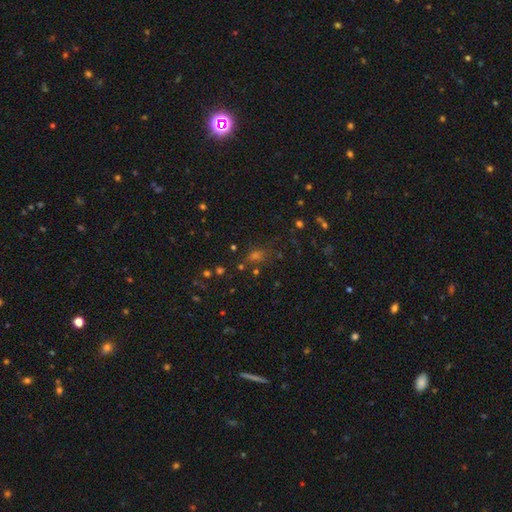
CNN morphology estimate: Q: Smooth or featured?
A: smooth (46%); runner-up: star or artifact (44%)
Q: Merging?
A: none (68%); runner-up: minor disturbance (14%)